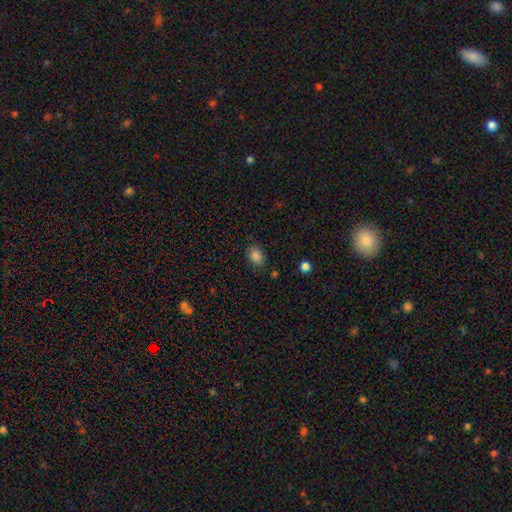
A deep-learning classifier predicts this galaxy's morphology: smooth_or_featured: smooth (p=0.85) [alt: star or artifact p=0.10]
how_rounded: in between (p=0.65) [alt: round p=0.34]
merging: none (p=0.82) [alt: minor disturbance p=0.13]